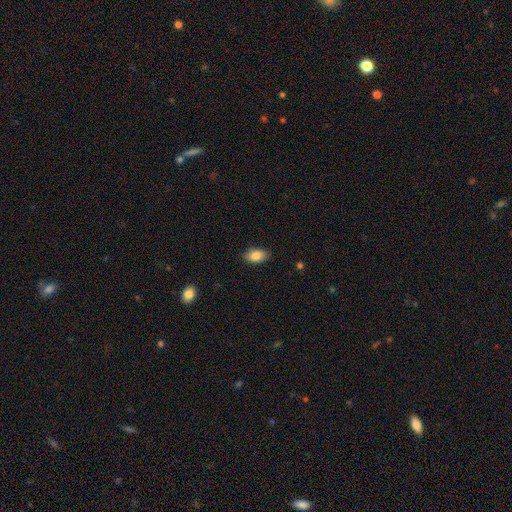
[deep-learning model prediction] Q: Smooth or featured?
A: smooth (86%); runner-up: star or artifact (7%)
Q: How rounded?
A: in between (91%); runner-up: round (6%)
Q: Merging?
A: none (87%); runner-up: minor disturbance (10%)